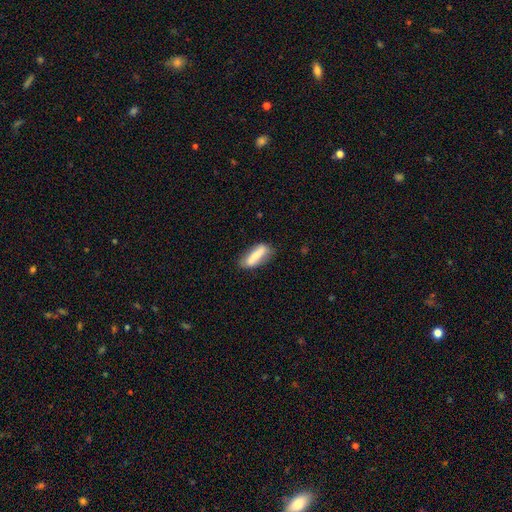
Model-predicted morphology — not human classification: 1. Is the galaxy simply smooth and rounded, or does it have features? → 66% smooth, 28% featured or disk, 7% star or artifact.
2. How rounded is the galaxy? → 52% in between, 46% cigar-shaped, 2% round.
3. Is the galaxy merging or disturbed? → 72% none, 20% minor disturbance, 5% major disturbance, 3% merger.